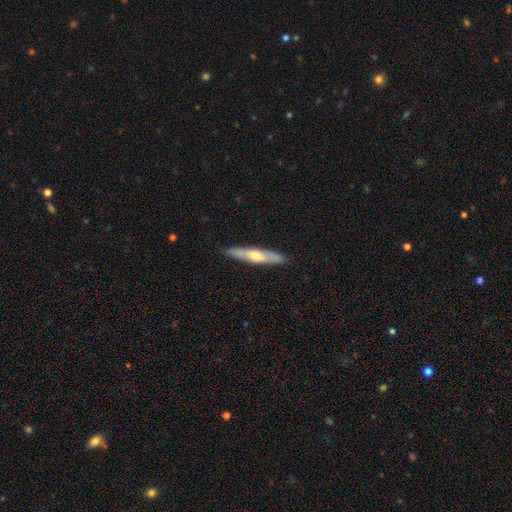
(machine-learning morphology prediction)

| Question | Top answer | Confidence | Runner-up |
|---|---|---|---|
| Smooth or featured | featured or disk | 52% | smooth (43%) |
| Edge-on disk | yes | 82% | no (18%) |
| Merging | none | 89% | minor disturbance (9%) |